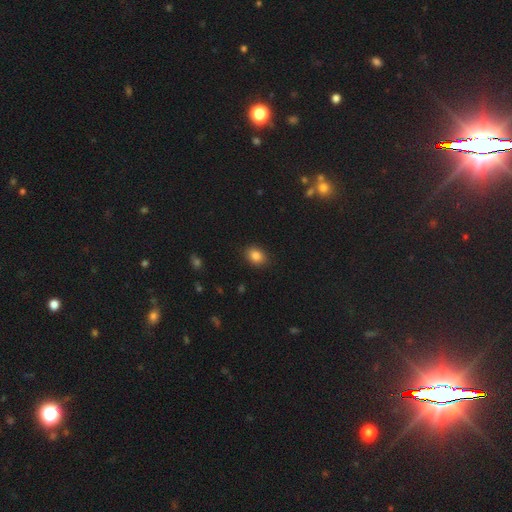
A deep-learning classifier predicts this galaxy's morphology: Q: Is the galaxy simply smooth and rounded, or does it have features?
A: smooth — 84%.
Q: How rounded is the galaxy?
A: in between — 62%.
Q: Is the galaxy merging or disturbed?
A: none — 88%.